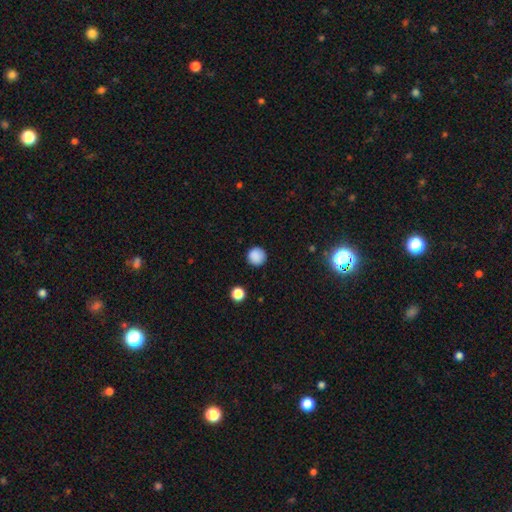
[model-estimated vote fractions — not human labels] Smooth or featured: smooth — 87% (star or artifact — 10%)
How rounded: round — 95% (in between — 4%)
Merging: none — 90% (minor disturbance — 7%)